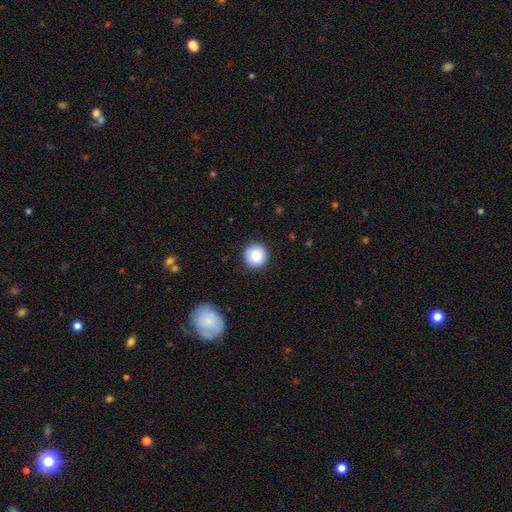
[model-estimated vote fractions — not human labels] Smooth or featured? Predicted: smooth (p=0.88). How rounded? Predicted: round (p=0.94). Merging? Predicted: none (p=0.90).